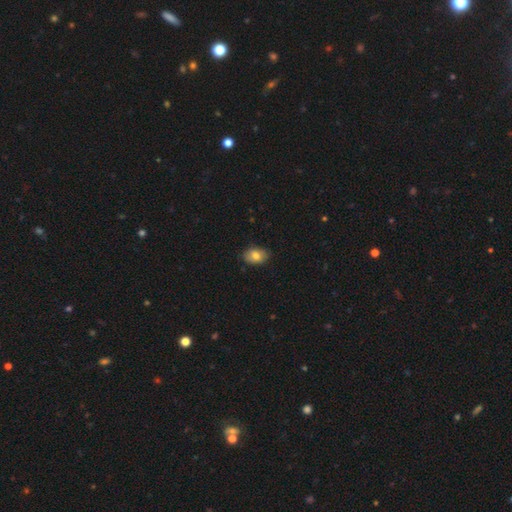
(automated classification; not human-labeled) This appears to be a smooth galaxy with no disk features (78%) that is in between round and cigar-shaped (83%). Merging: none (84%).